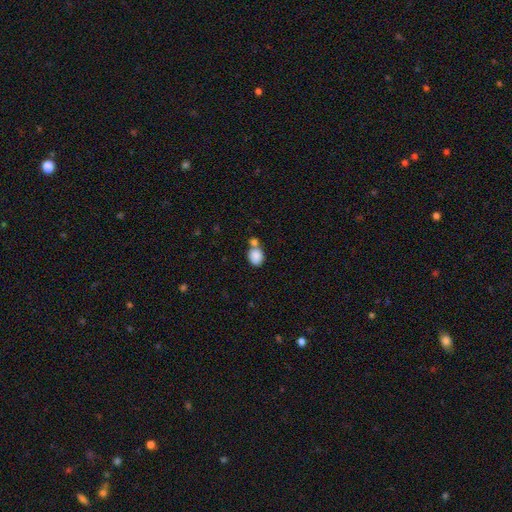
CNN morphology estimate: The model was most divided on "merging": none: 46%, merger: 39%, minor disturbance: 11%, major disturbance: 4%. More confident: smooth or featured — smooth (86%); how rounded — round (55%).